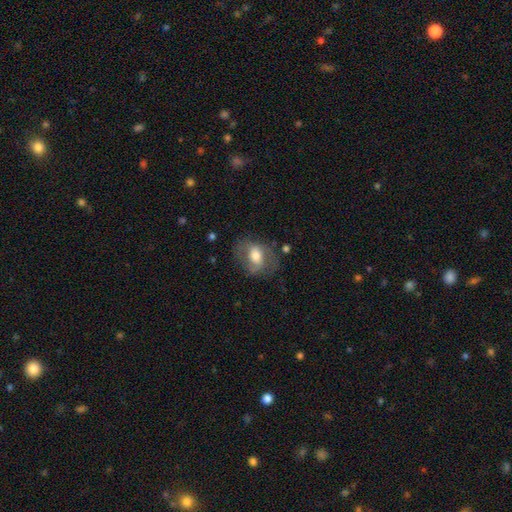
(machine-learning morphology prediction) This appears to be a featured or disk galaxy (51%). Merging: none (61%).